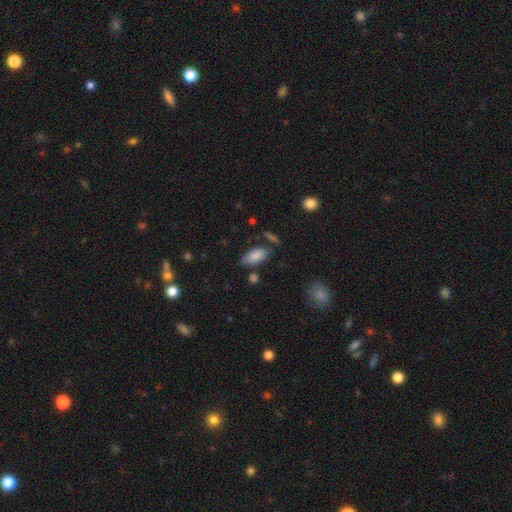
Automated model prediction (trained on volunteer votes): smooth-or-featured: smooth: 84% | featured or disk: 9% | star or artifact: 7%
  how-rounded: in between: 91% | cigar-shaped: 6% | round: 3%
  merging: none: 73% | minor disturbance: 16% | merger: 6% | major disturbance: 4%